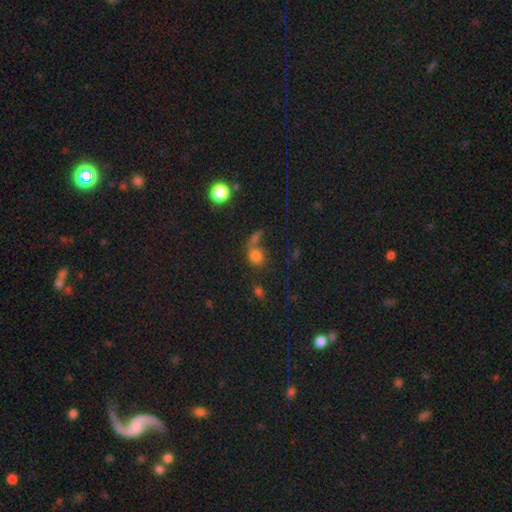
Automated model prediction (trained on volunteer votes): This appears to be a smooth galaxy with no disk features (73%) that is round (72%). Merging: none (41%).